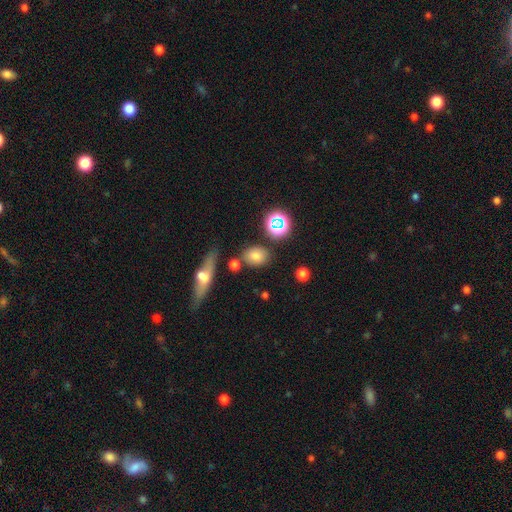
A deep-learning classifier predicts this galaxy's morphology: This appears to be a smooth galaxy with no disk features (73%) that is in between round and cigar-shaped (52%). Merging: none (79%).